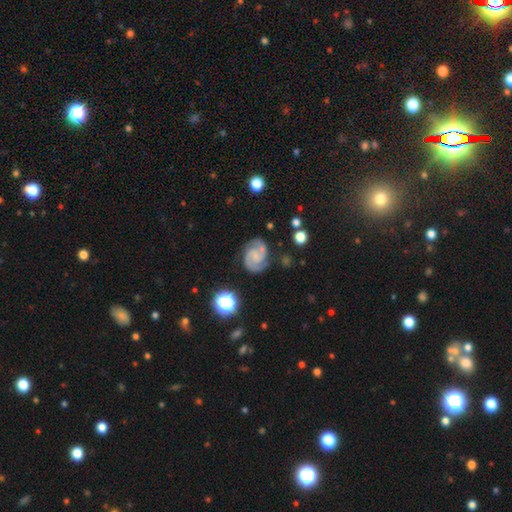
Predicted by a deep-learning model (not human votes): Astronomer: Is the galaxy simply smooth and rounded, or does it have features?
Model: featured or disk — 87%.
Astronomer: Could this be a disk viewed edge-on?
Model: no — 98%.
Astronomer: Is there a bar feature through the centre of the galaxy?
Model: no — 46% (runner-up: weak, 43%).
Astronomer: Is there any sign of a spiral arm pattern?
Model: yes — 98%.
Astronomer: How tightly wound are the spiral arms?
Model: medium — 52% (runner-up: tight, 38%).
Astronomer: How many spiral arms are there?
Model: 2 — 91%.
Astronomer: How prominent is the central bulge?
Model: small — 44% (runner-up: none, 39%).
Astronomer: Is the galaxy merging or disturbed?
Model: none — 78%.